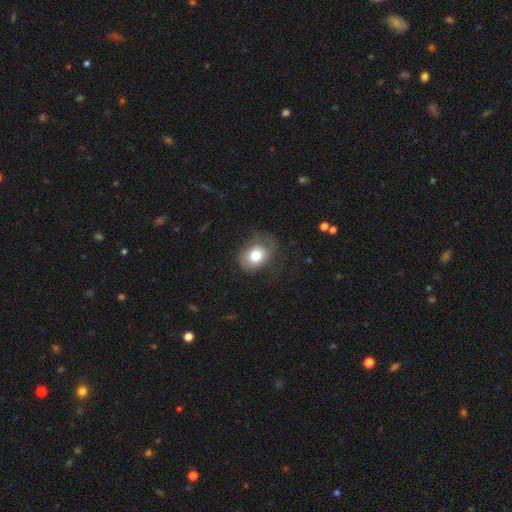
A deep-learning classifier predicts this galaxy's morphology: A smooth galaxy with no disk features (75%) that is in between round and cigar-shaped (54%).

Vote fractions:
- Smooth or featured? smooth: 75% / featured or disk: 16% / star or artifact: 9%
- How rounded? in between: 54% / round: 45% / cigar-shaped: 1%
- Merging? none: 54% / minor disturbance: 27% / major disturbance: 17% / merger: 2%